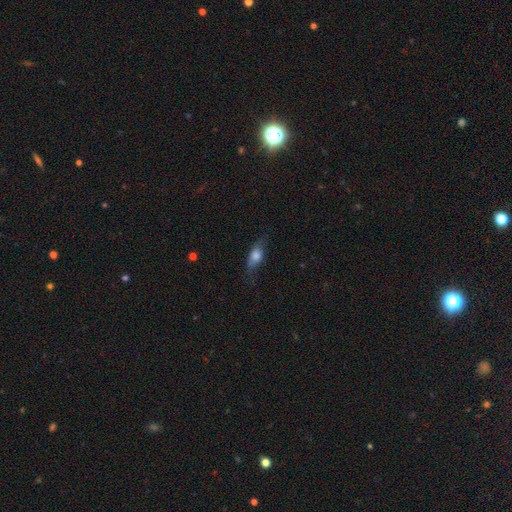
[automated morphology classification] Smooth or featured? Predicted: smooth (p=0.58). How rounded? Predicted: in between (p=0.65). Merging? Predicted: none (p=0.60).